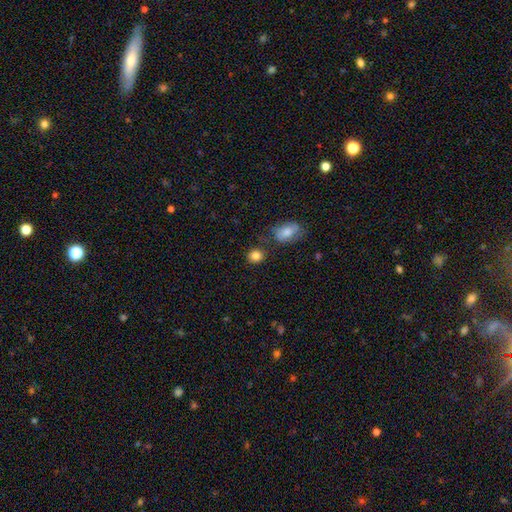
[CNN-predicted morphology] Overall: smooth (85%). How rounded: round (73%). Merging: none (77%).